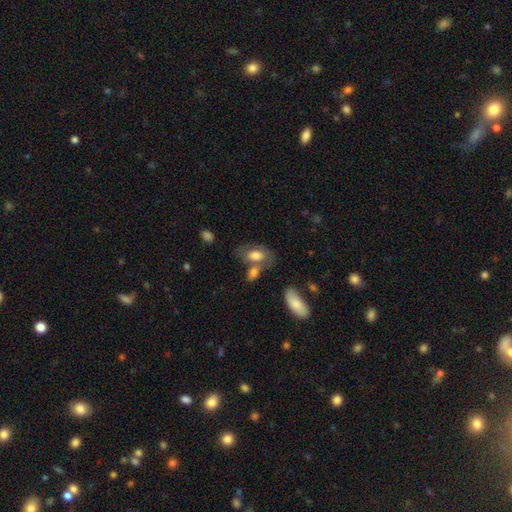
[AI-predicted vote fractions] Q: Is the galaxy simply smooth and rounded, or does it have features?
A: smooth — 67%.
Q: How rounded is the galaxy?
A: in between — 90%.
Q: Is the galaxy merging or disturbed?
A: none — 45%.